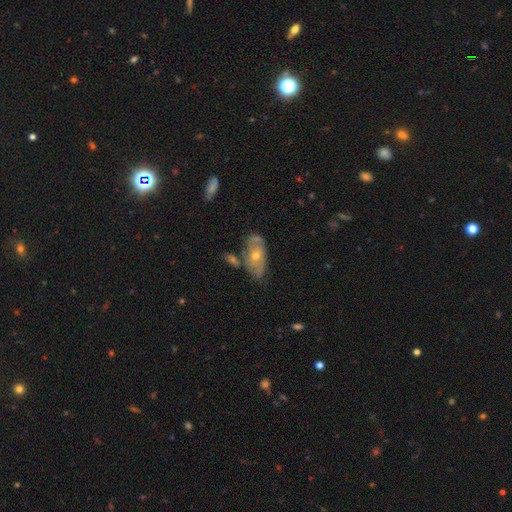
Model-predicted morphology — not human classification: type=featured or disk (50%); edge-on=no (87%); merging=none (49%).